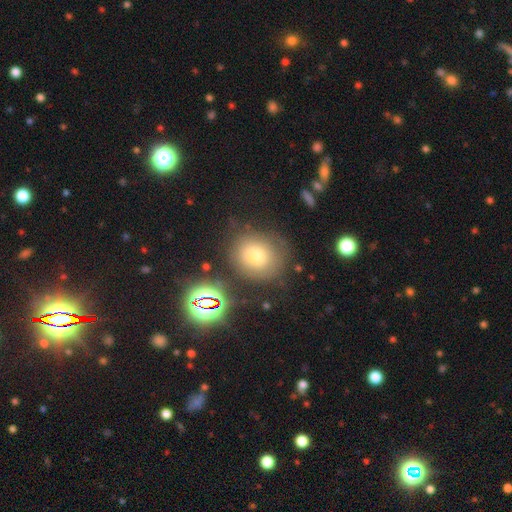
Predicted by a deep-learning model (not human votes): This appears to be a smooth galaxy with no disk features (61%) that is round (80%). Merging: none (76%).